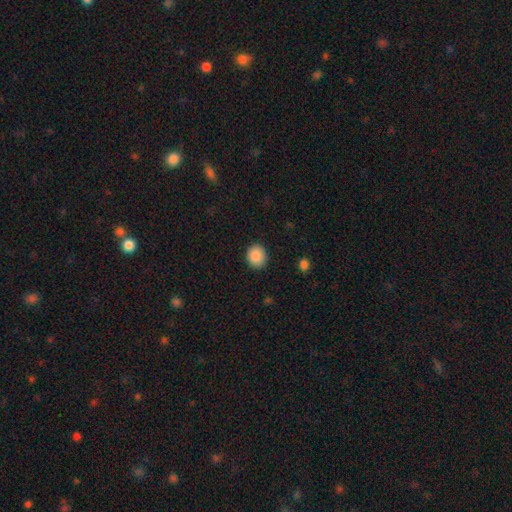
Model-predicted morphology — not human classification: Smooth or featured? smooth (89%)
How rounded? round (77%)
Merging? none (90%)